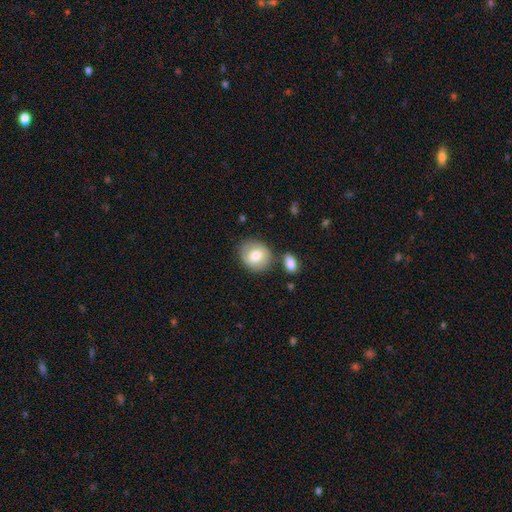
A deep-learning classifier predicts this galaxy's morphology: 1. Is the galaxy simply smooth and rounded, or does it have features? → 67% smooth, 26% featured or disk, 7% star or artifact.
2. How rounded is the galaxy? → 73% round, 26% in between, 1% cigar-shaped.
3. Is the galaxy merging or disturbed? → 69% none, 16% minor disturbance, 10% merger, 5% major disturbance.